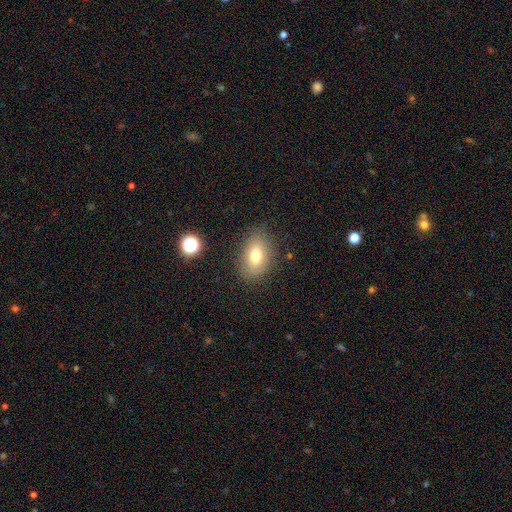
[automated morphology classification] This appears to be a smooth galaxy with no disk features (74%) that is in between round and cigar-shaped (85%). Merging: none (83%).